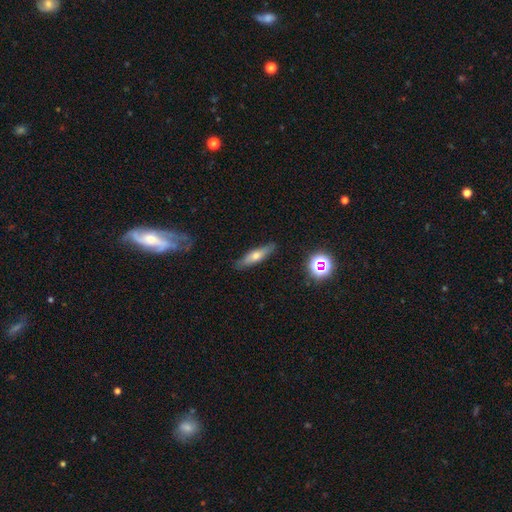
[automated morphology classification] Smooth or featured: smooth — 55% (featured or disk — 35%)
How rounded: cigar-shaped — 71% (in between — 26%)
Merging: none — 87% (minor disturbance — 10%)